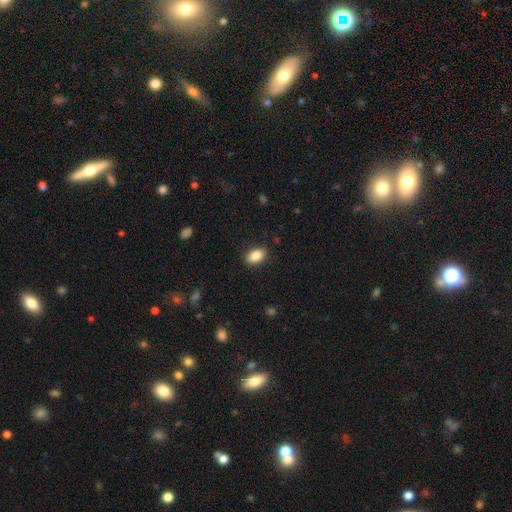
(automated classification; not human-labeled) Smooth or featured: smooth — 86% (star or artifact — 8%)
How rounded: in between — 85% (round — 14%)
Merging: none — 87% (minor disturbance — 9%)